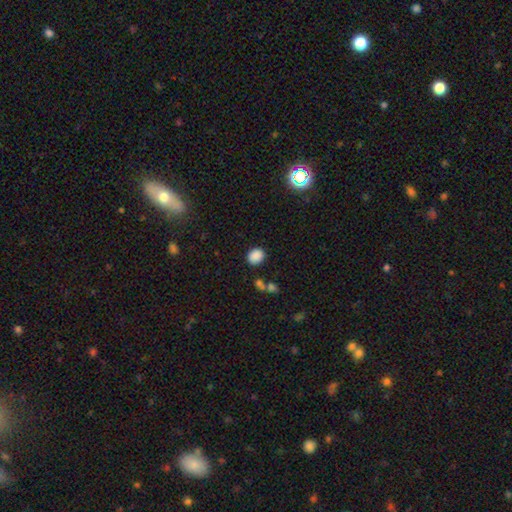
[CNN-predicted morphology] type=smooth (86%); roundness=round (63%); merging=none (81%).